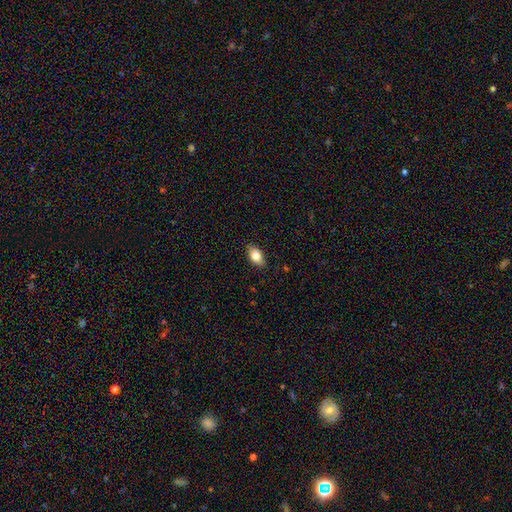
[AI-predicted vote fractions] Smooth or featured?
  - smooth: 83% *
  - featured or disk: 10%
  - star or artifact: 7%
How rounded?
  - in between: 91% *
  - round: 6%
  - cigar-shaped: 3%
Merging?
  - none: 87% *
  - minor disturbance: 10%
  - major disturbance: 2%
  - merger: 1%